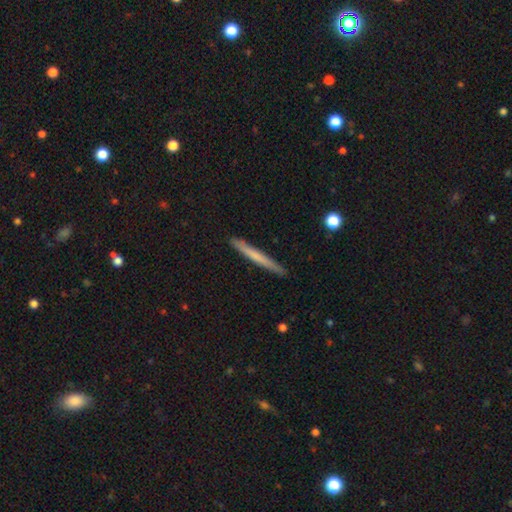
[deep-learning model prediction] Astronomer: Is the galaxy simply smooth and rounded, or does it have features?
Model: smooth — 60% (runner-up: featured or disk, 35%).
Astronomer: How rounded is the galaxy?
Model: cigar-shaped — 97%.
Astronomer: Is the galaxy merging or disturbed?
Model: none — 91%.